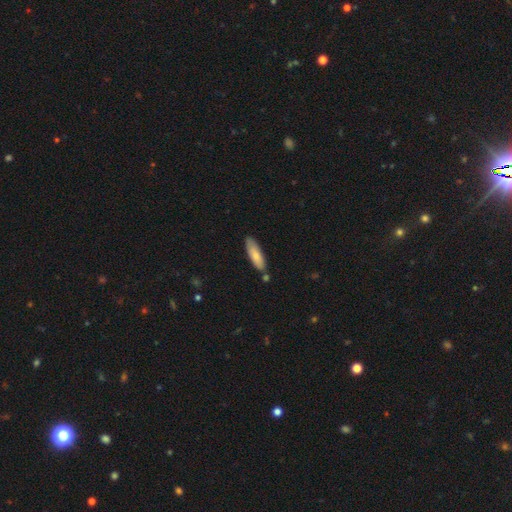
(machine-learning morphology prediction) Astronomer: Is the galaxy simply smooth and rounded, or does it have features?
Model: smooth — 79%.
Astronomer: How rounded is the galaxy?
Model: cigar-shaped — 56% (runner-up: in between, 43%).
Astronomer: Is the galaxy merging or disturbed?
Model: none — 75%.